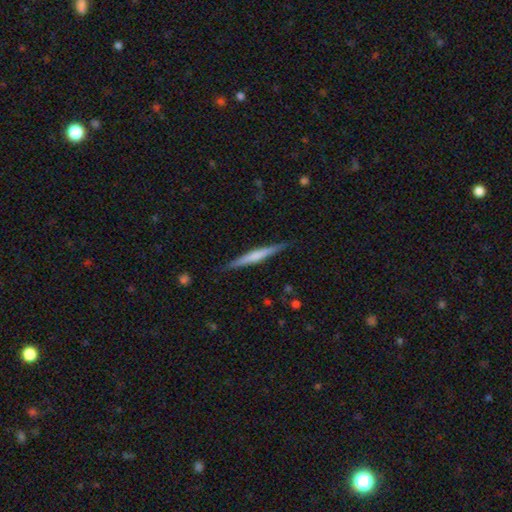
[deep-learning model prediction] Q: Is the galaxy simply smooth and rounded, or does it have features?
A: featured or disk — 54%.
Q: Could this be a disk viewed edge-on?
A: yes — 98%.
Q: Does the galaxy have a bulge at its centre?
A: none — 47%.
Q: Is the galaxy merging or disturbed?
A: none — 89%.